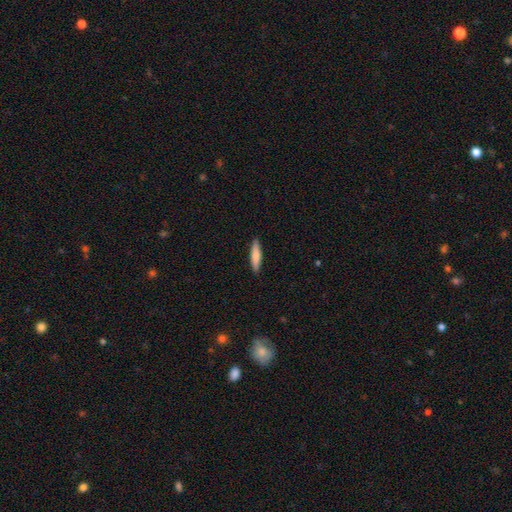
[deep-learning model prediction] Smooth or featured: smooth — 78% (featured or disk — 16%)
How rounded: cigar-shaped — 82% (in between — 17%)
Merging: none — 90% (minor disturbance — 7%)